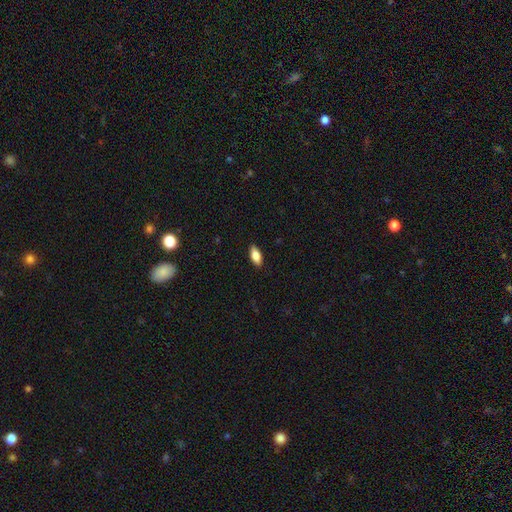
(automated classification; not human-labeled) Overall: smooth (84%). How rounded: in between (88%). Merging: none (88%).